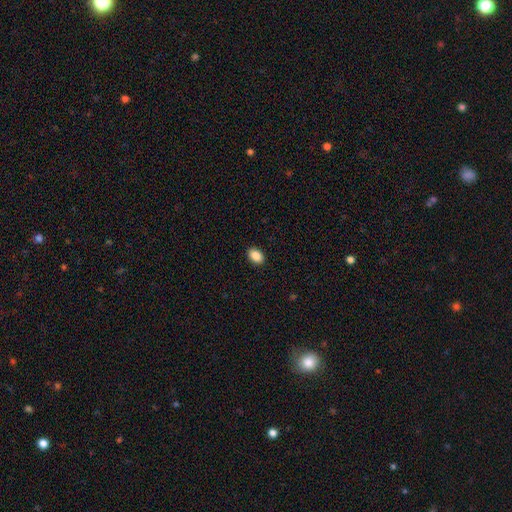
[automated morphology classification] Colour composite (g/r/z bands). It shows a smooth galaxy with no disk features (89%) that is in between round and cigar-shaped (84%). Merging: none (91%).